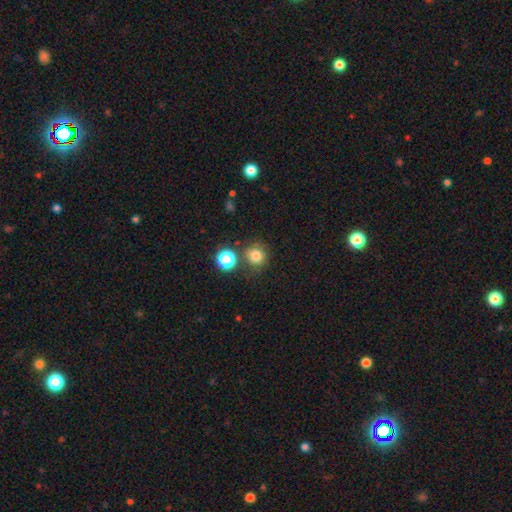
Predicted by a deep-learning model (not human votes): This appears to be a smooth galaxy with no disk features (78%) that is round (89%). Merging: none (74%).